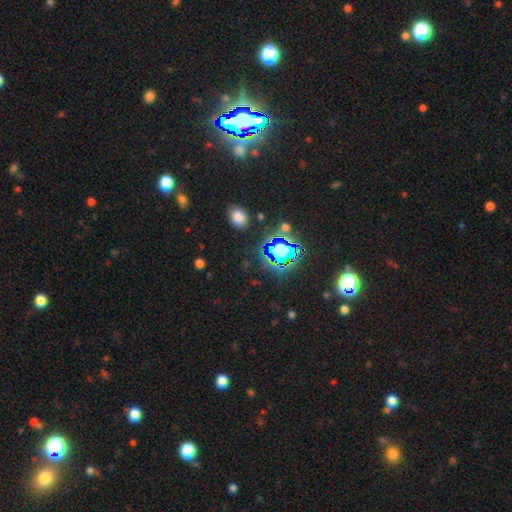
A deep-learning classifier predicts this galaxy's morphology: This is clearly a star or artifact rather than a galaxy (80%).